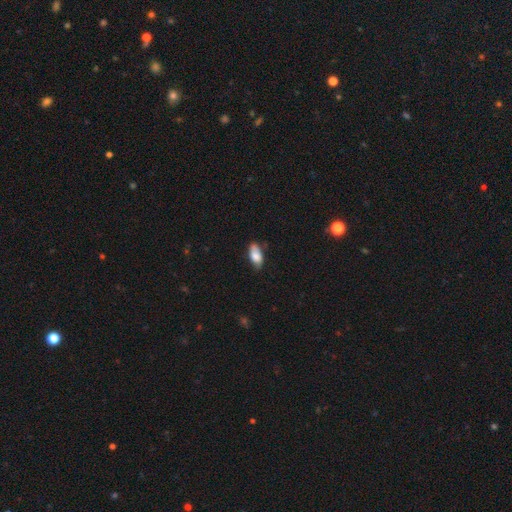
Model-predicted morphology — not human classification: Q: Smooth or featured?
A: smooth (81%); runner-up: featured or disk (12%)
Q: How rounded?
A: in between (89%); runner-up: cigar-shaped (8%)
Q: Merging?
A: none (66%); runner-up: minor disturbance (26%)